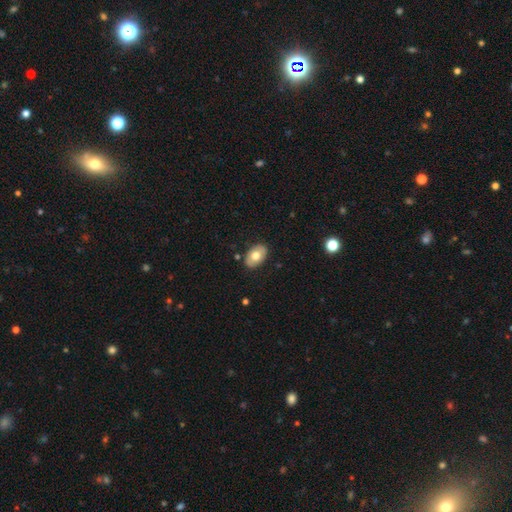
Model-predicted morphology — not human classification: Overall: smooth (69%). How rounded: in between (90%). Merging: none (86%).